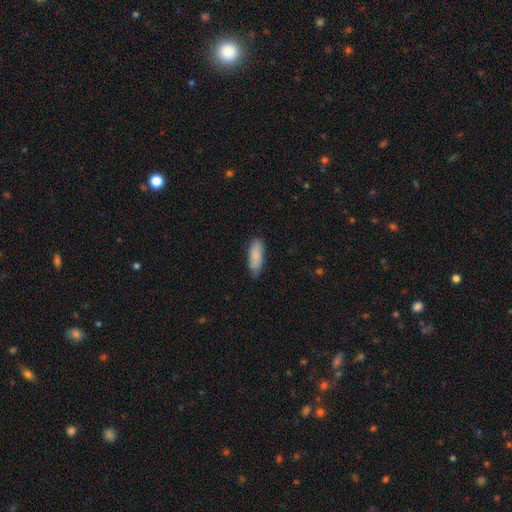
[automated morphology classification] A smooth galaxy with no disk features (87%) that is in between round and cigar-shaped (64%).

Vote fractions:
- Smooth or featured? smooth: 87% / featured or disk: 8% / star or artifact: 6%
- How rounded? in between: 64% / cigar-shaped: 34% / round: 2%
- Merging? none: 78% / minor disturbance: 18% / major disturbance: 3% / merger: 1%